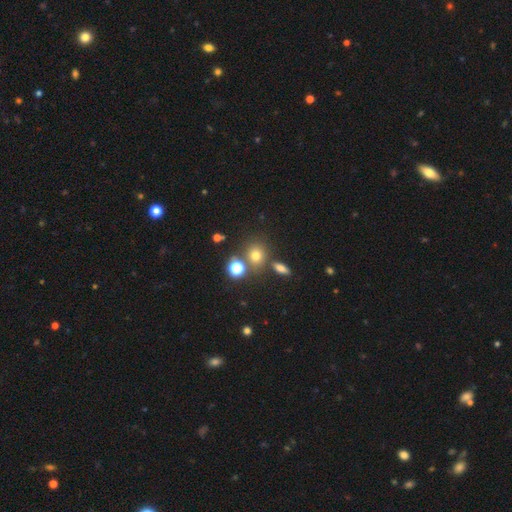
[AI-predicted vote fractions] Smooth or featured: smooth — 70% (star or artifact — 19%)
How rounded: round — 77% (in between — 22%)
Merging: none — 68% (merger — 17%)